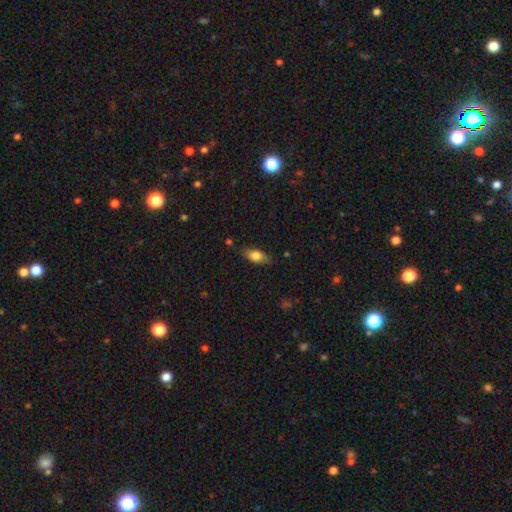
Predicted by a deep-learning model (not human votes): Smooth or featured? smooth (76%)
How rounded? in between (82%)
Merging? none (78%)